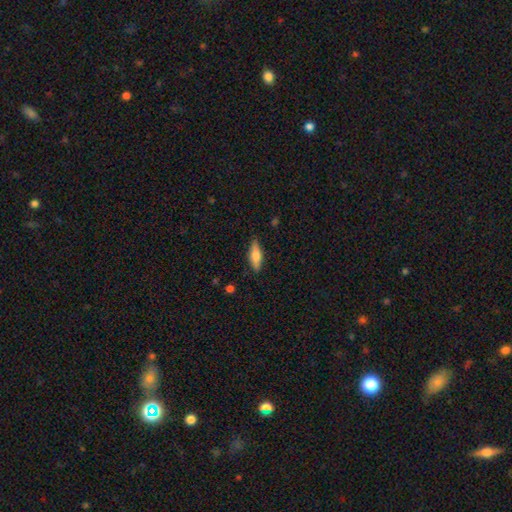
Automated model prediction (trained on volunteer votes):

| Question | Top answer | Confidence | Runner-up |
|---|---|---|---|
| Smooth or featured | smooth | 69% | featured or disk (25%) |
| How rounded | in between | 53% | cigar-shaped (45%) |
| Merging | none | 85% | minor disturbance (12%) |